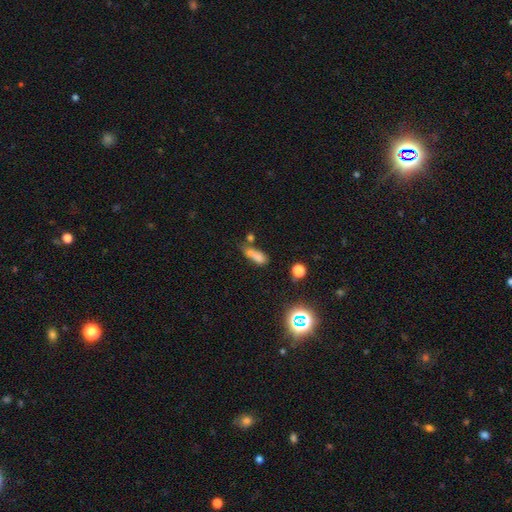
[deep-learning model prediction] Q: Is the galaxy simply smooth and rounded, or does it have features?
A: smooth — 70%.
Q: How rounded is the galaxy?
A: in between — 60%.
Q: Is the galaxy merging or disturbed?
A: none — 33%.